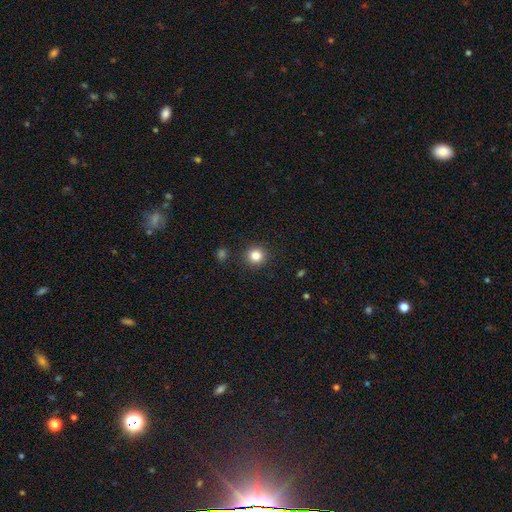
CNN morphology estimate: Q: Smooth or featured?
A: smooth (84%); runner-up: star or artifact (11%)
Q: How rounded?
A: round (93%); runner-up: in between (6%)
Q: Merging?
A: none (91%); runner-up: minor disturbance (6%)